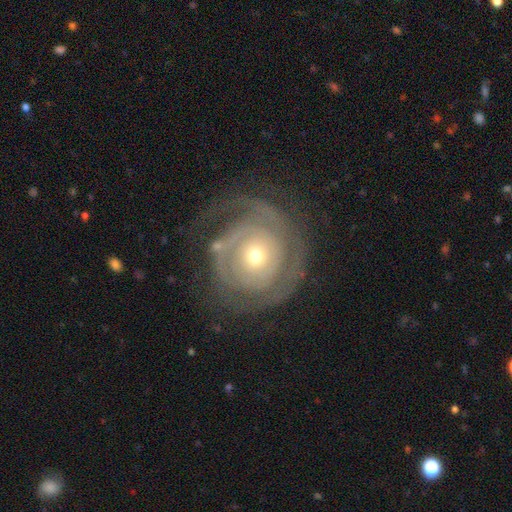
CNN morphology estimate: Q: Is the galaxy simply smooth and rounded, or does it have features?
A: featured or disk — 78%.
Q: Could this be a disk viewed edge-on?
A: no — 97%.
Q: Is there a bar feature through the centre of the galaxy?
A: no — 84%.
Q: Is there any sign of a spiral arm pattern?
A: yes — 81%.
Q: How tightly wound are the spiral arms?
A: tight — 74%.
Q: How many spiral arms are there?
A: can't tell — 35%.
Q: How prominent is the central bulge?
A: small — 49%.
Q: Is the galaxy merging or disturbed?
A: none — 64%.